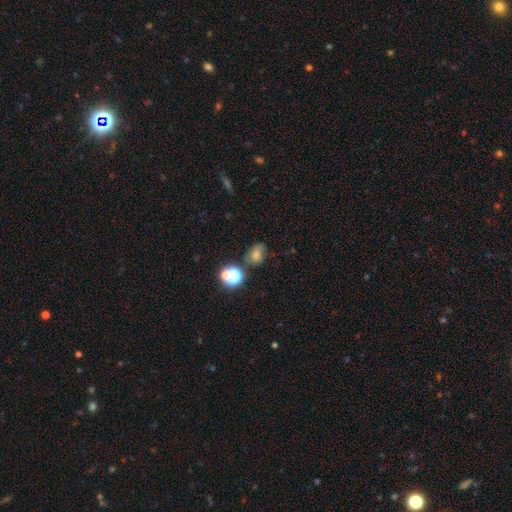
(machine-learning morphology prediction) Smooth or featured? smooth (48%)
Merging? none (62%)